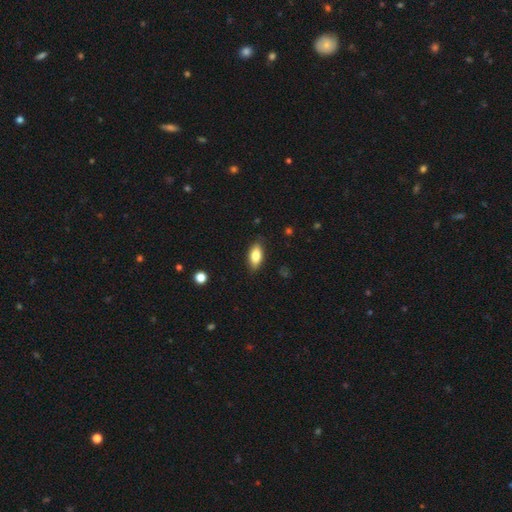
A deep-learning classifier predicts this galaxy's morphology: Smooth or featured: smooth — 80% (featured or disk — 13%)
How rounded: in between — 86% (cigar-shaped — 10%)
Merging: none — 85% (minor disturbance — 12%)